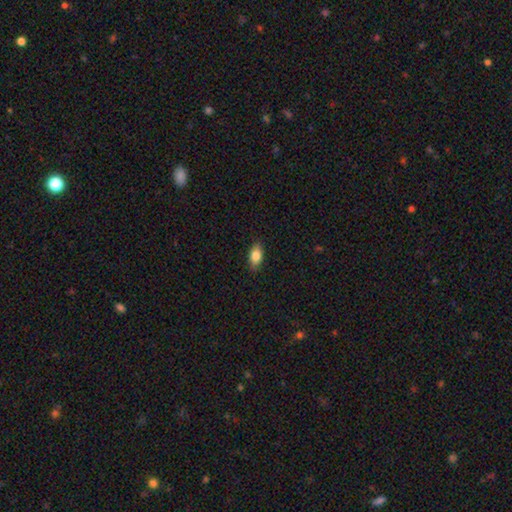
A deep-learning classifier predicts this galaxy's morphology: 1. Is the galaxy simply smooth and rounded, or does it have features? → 81% smooth, 11% featured or disk, 7% star or artifact.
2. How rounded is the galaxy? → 88% in between, 7% cigar-shaped, 5% round.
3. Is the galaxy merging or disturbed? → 88% none, 9% minor disturbance, 2% major disturbance, 1% merger.